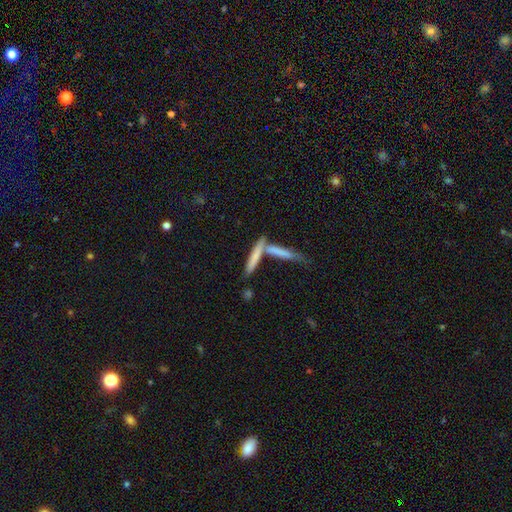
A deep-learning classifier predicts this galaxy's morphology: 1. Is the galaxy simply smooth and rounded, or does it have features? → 61% smooth, 32% featured or disk, 8% star or artifact.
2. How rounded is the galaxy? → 89% cigar-shaped, 9% in between, 2% round.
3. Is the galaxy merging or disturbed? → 50% none, 36% merger, 10% minor disturbance, 4% major disturbance.